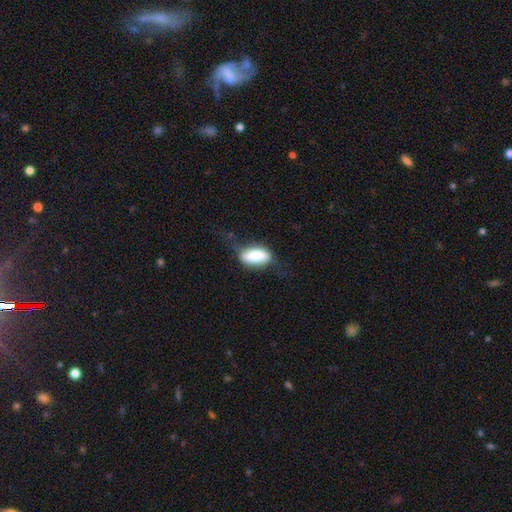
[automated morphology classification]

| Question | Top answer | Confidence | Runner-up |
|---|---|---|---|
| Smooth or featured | smooth | 74% | featured or disk (19%) |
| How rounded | in between | 86% | cigar-shaped (10%) |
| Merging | none | 43% | minor disturbance (33%) |